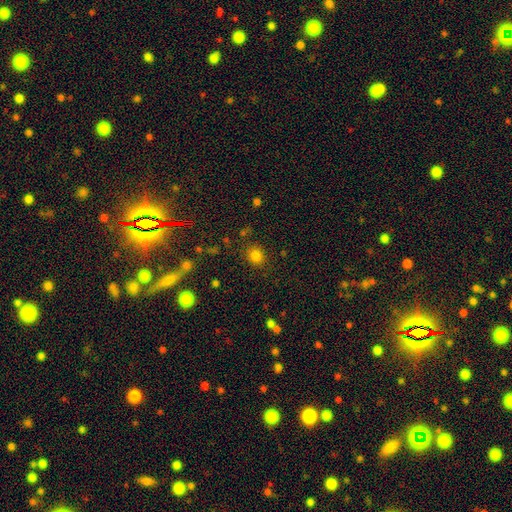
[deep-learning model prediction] Overall: smooth (80%). How rounded: round (75%). Merging: none (84%).